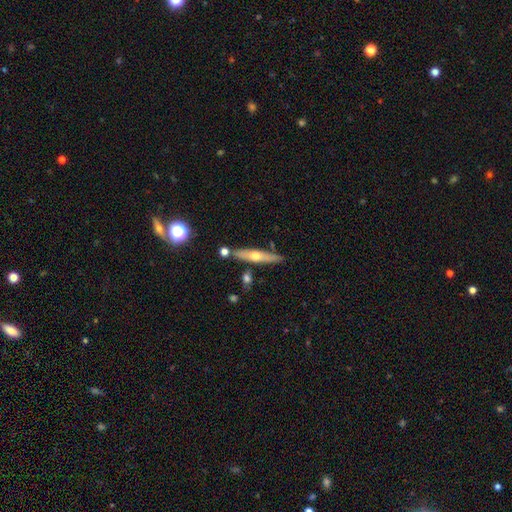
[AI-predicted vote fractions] Smooth or featured?
  - featured or disk: 54% *
  - smooth: 39%
  - star or artifact: 6%
Edge-on disk?
  - yes: 89% *
  - no: 11%
Merging?
  - none: 81% *
  - minor disturbance: 11%
  - merger: 6%
  - major disturbance: 2%